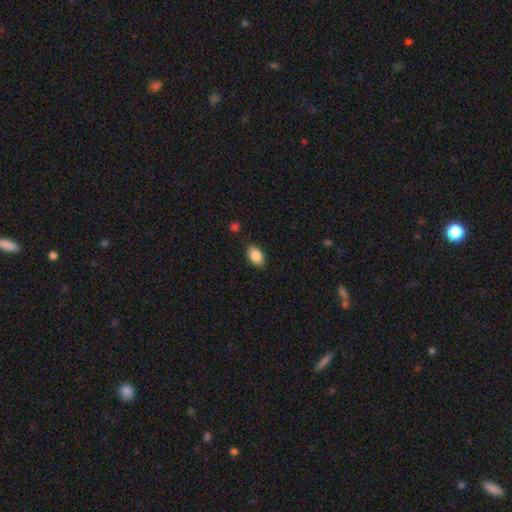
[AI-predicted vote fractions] Smooth or featured: smooth — 86% (star or artifact — 8%)
How rounded: in between — 91% (round — 8%)
Merging: none — 83% (minor disturbance — 12%)